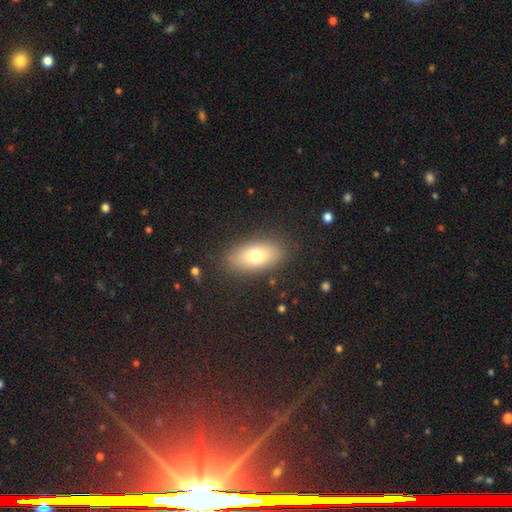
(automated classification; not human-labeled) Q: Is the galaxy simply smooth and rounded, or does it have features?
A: smooth — 74%.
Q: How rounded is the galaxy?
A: in between — 86%.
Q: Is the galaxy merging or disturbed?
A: none — 86%.